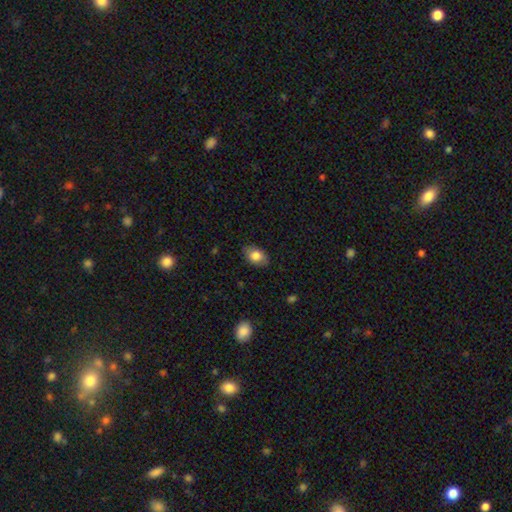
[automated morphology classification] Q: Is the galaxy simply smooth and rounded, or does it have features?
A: smooth — 81%.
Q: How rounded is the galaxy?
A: in between — 87%.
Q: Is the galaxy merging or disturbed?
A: none — 85%.